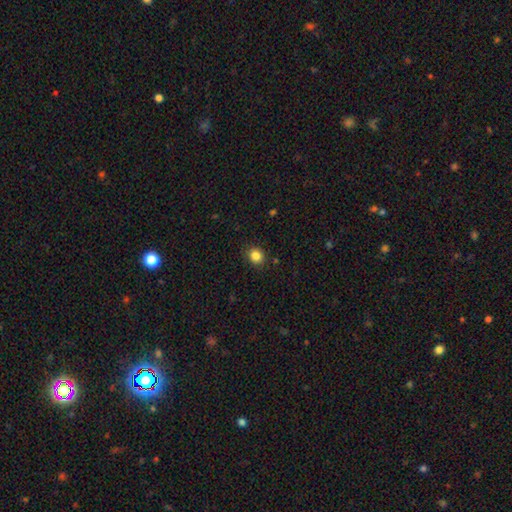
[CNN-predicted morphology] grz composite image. It shows a smooth galaxy with no disk features (84%) that is round (73%). Merging: none (88%).